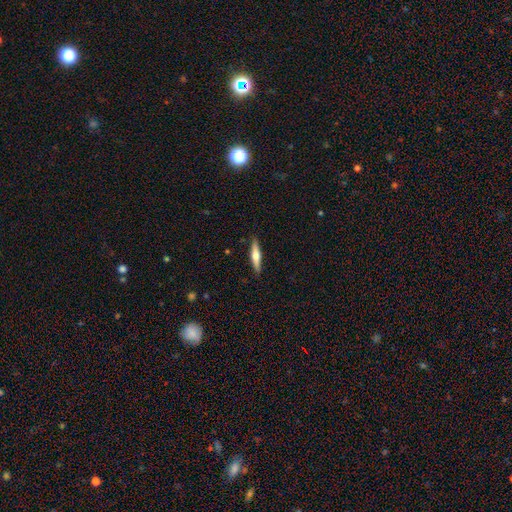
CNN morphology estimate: A featured or disk galaxy (50%).

Vote fractions:
- Smooth or featured? featured or disk: 50% / smooth: 45% / star or artifact: 5%
- Merging? none: 90% / minor disturbance: 8% / major disturbance: 2% / merger: 1%